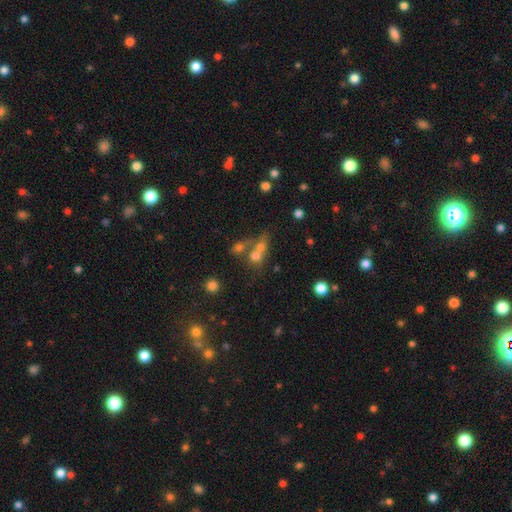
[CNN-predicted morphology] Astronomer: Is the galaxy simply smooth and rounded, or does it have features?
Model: smooth — 63%.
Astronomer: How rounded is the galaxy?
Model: round — 70%.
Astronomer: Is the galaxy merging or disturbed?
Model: merger — 58%.